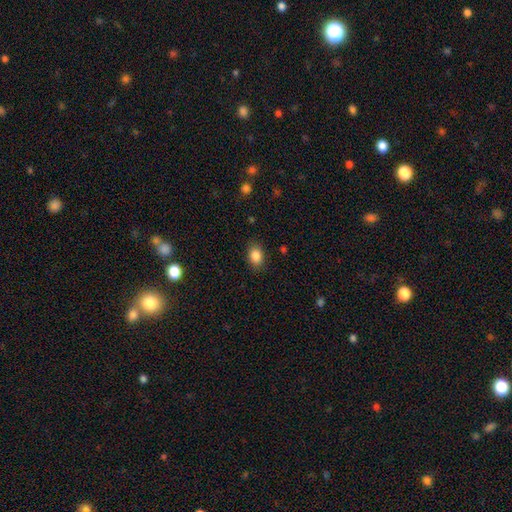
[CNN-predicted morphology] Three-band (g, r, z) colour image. It shows a smooth galaxy with no disk features (86%) that is in between round and cigar-shaped (76%). Merging: none (85%).